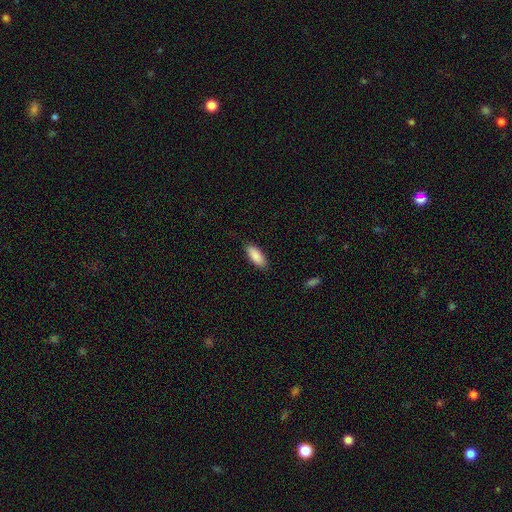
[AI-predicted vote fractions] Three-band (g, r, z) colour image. It shows a smooth galaxy with no disk features (89%) that is in between round and cigar-shaped (77%). Merging: none (86%).